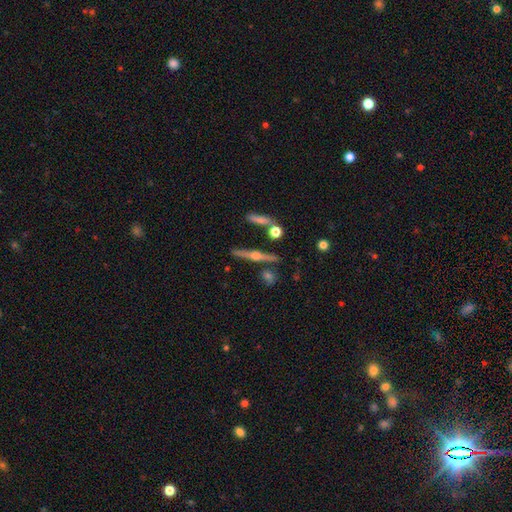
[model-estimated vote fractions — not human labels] smooth_or_featured: featured or disk (p=0.80) [alt: smooth p=0.12]
disk_edge_on: yes (p=0.98) [alt: no p=0.02]
edge_on_bulge: rounded (p=0.94) [alt: boxy p=0.03]
merging: none (p=0.84) [alt: minor disturbance p=0.08]